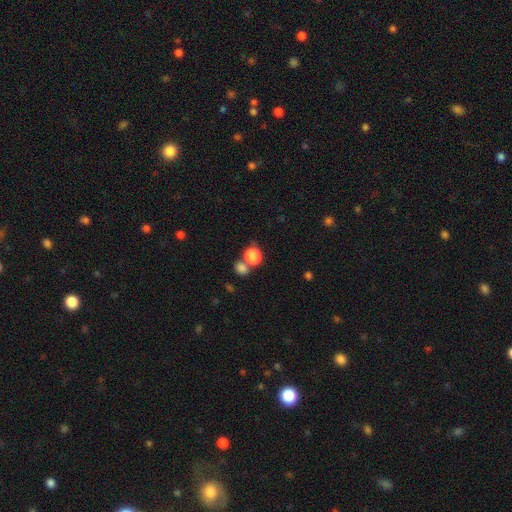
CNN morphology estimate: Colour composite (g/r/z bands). It shows a smooth galaxy with no disk features (77%) that is round (75%). Merging: none (59%).